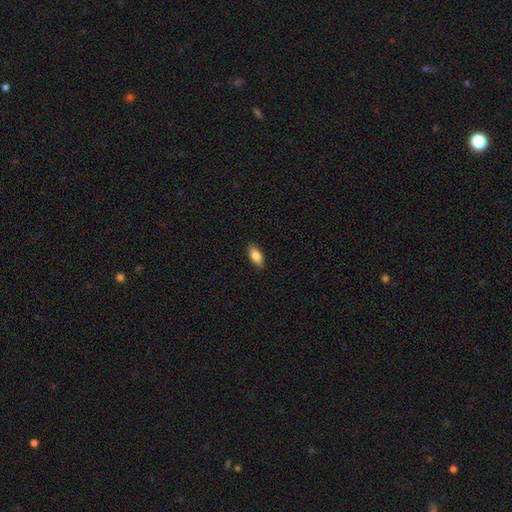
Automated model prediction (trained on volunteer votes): Overall: smooth (83%). How rounded: in between (86%). Merging: none (87%).